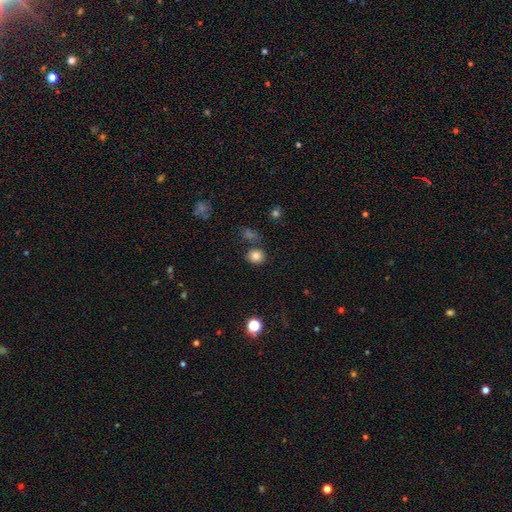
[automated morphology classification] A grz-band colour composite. It shows a smooth galaxy with no disk features (83%) that is round (73%). Merging: none (79%).